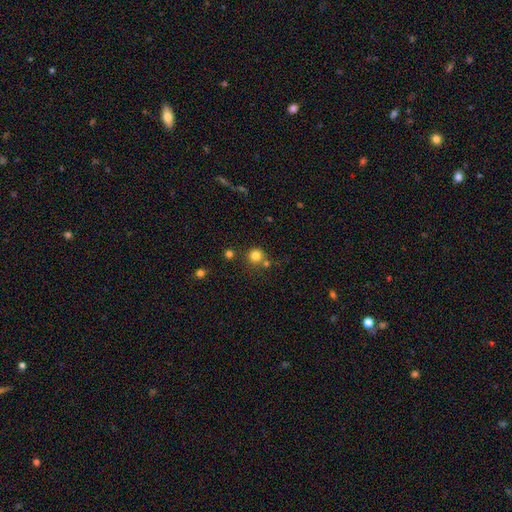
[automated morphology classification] Overall: smooth (80%). How rounded: round (93%). Merging: none (73%).